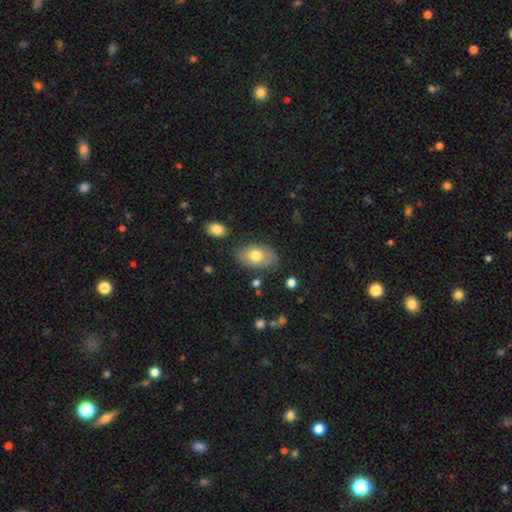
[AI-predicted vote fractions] Smooth or featured? Predicted: smooth (p=0.59). How rounded? Predicted: in between (p=0.86). Merging? Predicted: none (p=0.69).